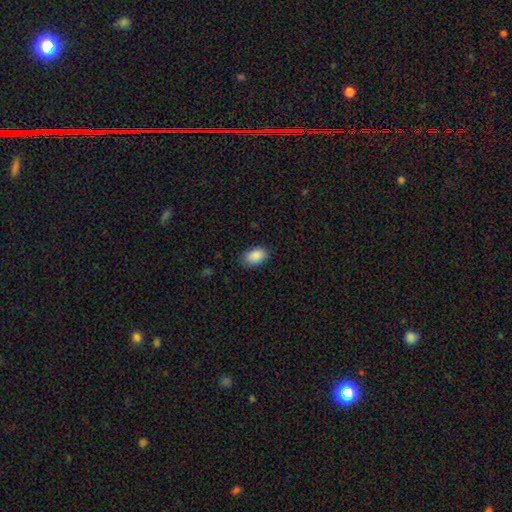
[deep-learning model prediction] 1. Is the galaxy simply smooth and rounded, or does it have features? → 89% smooth, 7% star or artifact, 4% featured or disk.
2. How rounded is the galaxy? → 92% in between, 7% round, 2% cigar-shaped.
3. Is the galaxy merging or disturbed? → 85% none, 12% minor disturbance, 3% major disturbance, 1% merger.